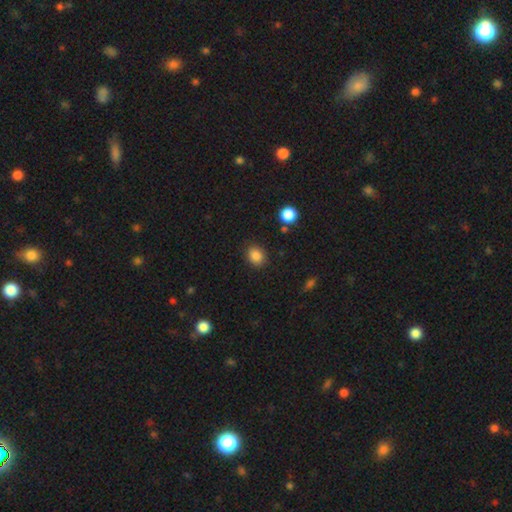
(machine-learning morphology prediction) Smooth or featured?
  - smooth: 86% *
  - star or artifact: 10%
  - featured or disk: 4%
How rounded?
  - round: 54% *
  - in between: 45%
  - cigar-shaped: 1%
Merging?
  - none: 86% *
  - minor disturbance: 9%
  - major disturbance: 3%
  - merger: 2%